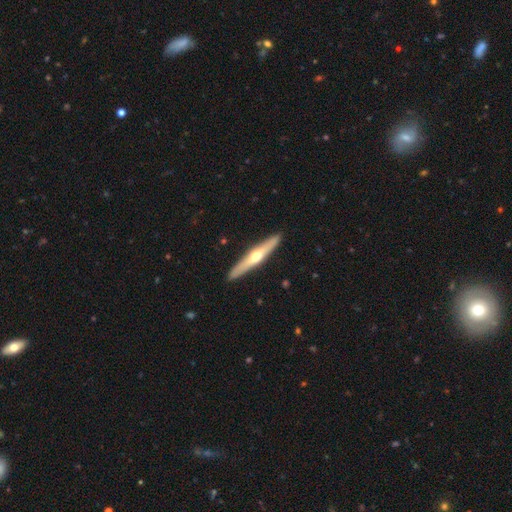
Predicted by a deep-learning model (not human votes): featured or disk 62%, smooth 34%, star or artifact 5%. Down the decision tree: edge-on disk — yes (95%); edge-on bulge — rounded (91%); merging — none (92%).